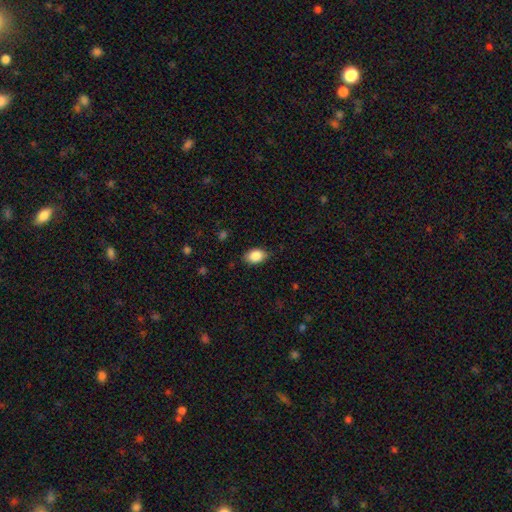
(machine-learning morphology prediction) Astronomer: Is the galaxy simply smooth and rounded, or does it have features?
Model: smooth — 86%.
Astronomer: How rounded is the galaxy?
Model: in between — 86%.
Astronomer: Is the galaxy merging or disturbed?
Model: none — 82%.